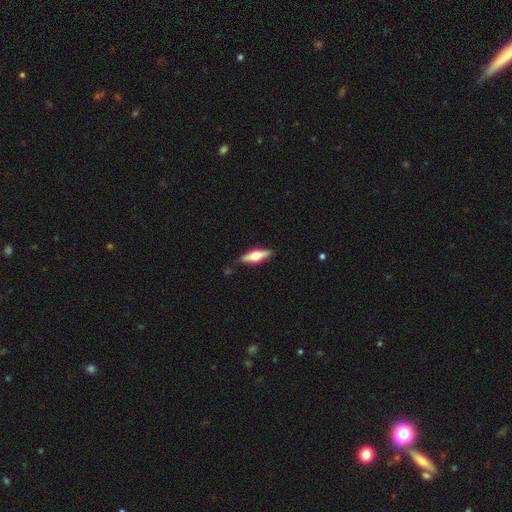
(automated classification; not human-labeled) smooth_or_featured: featured or disk (p=0.49) [alt: smooth p=0.45]
merging: none (p=0.85) [alt: minor disturbance p=0.11]